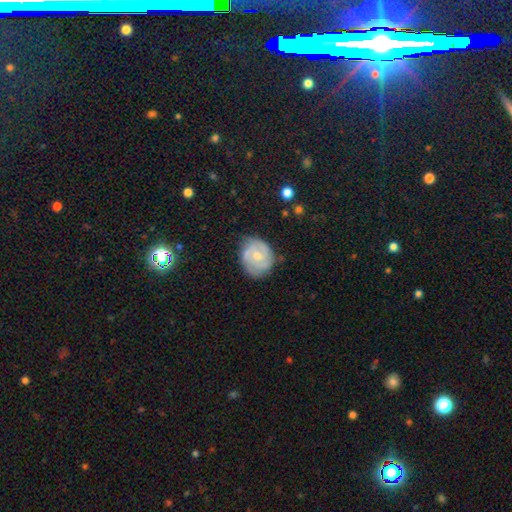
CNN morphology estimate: type=featured or disk (68%); edge-on=no (97%); bar=no (71%); spiral arms=yes (83%); winding=tight (60%); arm count=2 (43%); bulge=moderate (53%); merging=none (69%).